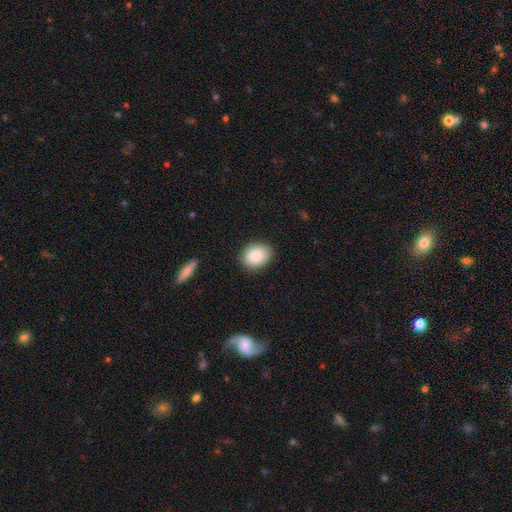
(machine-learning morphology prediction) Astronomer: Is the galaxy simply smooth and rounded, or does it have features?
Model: smooth — 88%.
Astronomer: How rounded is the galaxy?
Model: in between — 60% (runner-up: round, 39%).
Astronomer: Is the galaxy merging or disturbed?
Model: none — 87%.